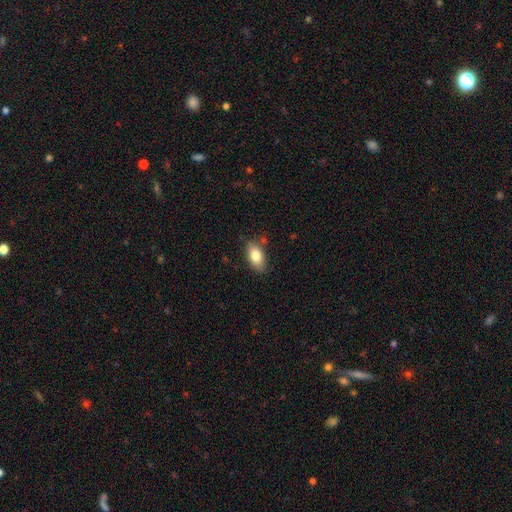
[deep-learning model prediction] Smooth or featured: smooth — 81% (featured or disk — 12%)
How rounded: in between — 90% (round — 5%)
Merging: none — 79% (minor disturbance — 15%)